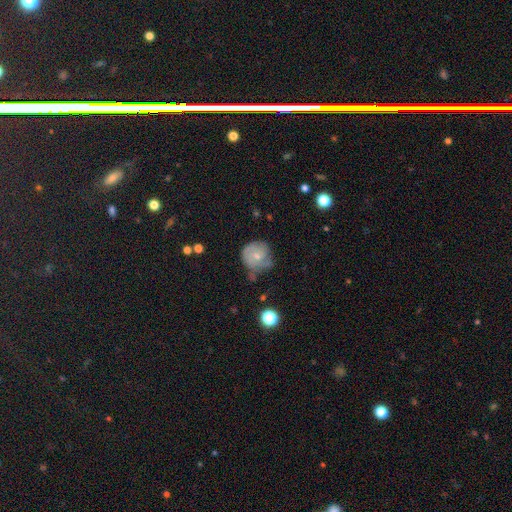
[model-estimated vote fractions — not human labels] A featured or disk galaxy (51%) with no bar (71%), spiral arms (77%) and a small central bulge (54%).

Vote fractions:
- Smooth or featured? featured or disk: 51% / smooth: 41% / star or artifact: 8%
- Edge-on disk? no: 97% / yes: 3%
- Bar? no: 71% / weak: 26% / strong: 4%
- Spiral arms? yes: 77% / no: 23%
- Bulge size? small: 54% / moderate: 38% / none: 5% / large: 2% / dominant: 1%
- Merging? none: 48% / minor disturbance: 32% / major disturbance: 15% / merger: 5%